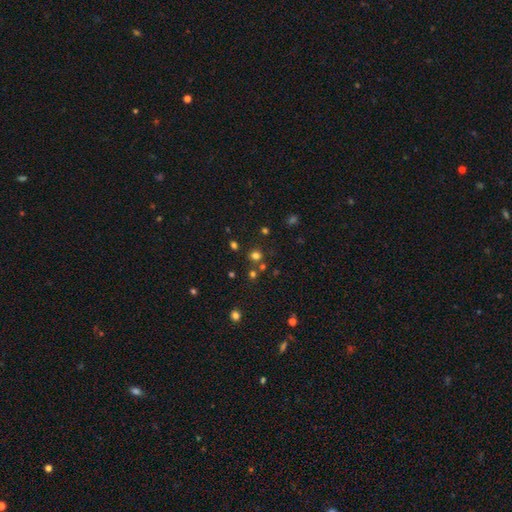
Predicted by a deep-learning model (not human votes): The model was most divided on "smooth or featured": smooth: 67%, star or artifact: 26%, featured or disk: 7%. More confident: how rounded — round (85%); merging — none (77%).